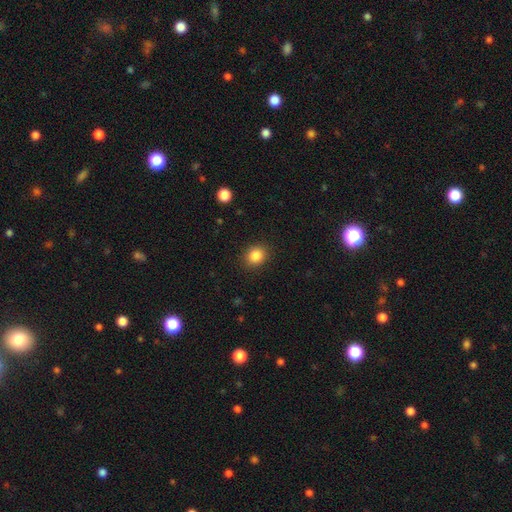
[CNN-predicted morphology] The model was most divided on "how rounded": round: 69%, in between: 30%, cigar-shaped: 1%. More confident: merging — none (89%); smooth or featured — smooth (86%).